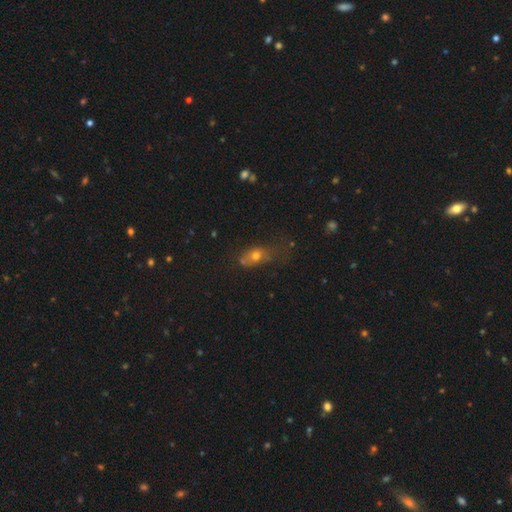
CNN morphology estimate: Smooth or featured: smooth — 67% (featured or disk — 19%)
How rounded: in between — 65% (round — 27%)
Merging: none — 35% (minor disturbance — 27%)